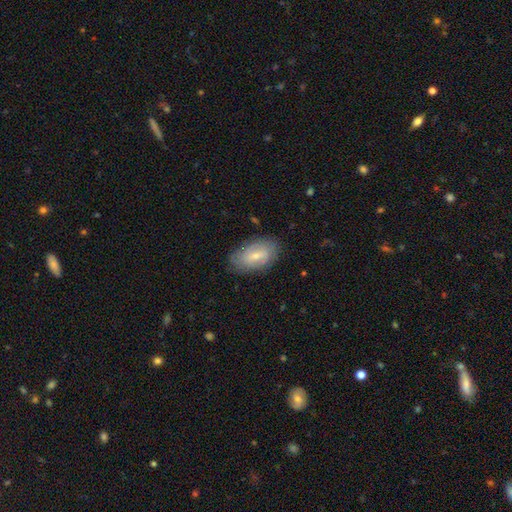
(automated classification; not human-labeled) Morphology: type=smooth (49%); merging=none (79%).